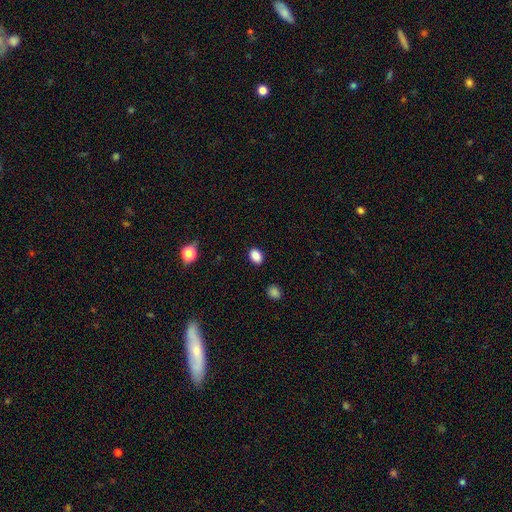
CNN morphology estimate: Smooth or featured? smooth (87%)
How rounded? in between (77%)
Merging? none (87%)